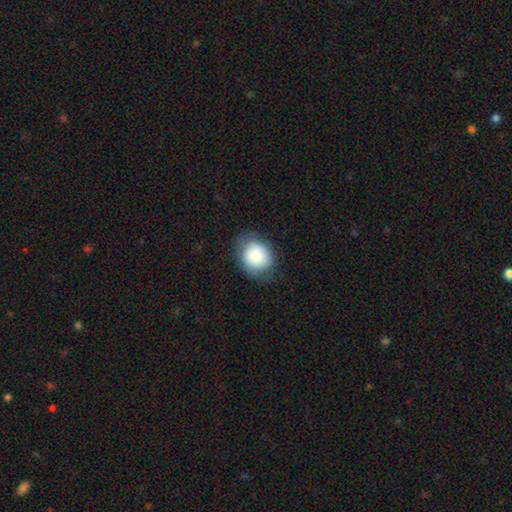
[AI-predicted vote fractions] Smooth or featured? Predicted: smooth (p=0.80). How rounded? Predicted: round (p=0.60). Merging? Predicted: none (p=0.73).